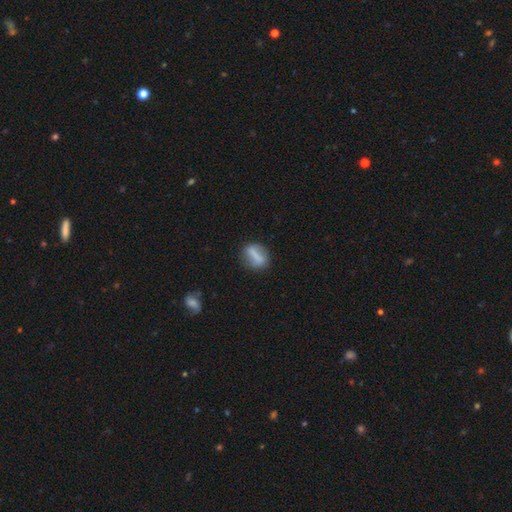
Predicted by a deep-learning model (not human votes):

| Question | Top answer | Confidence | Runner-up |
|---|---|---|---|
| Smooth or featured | smooth | 62% | featured or disk (29%) |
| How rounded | in between | 52% | round (29%) |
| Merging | none | 75% | minor disturbance (16%) |